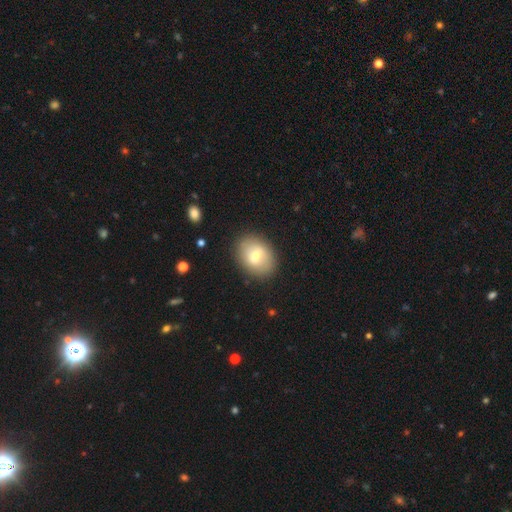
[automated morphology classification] smooth_or_featured: smooth (p=0.66) [alt: featured or disk p=0.26]
how_rounded: in between (p=0.65) [alt: round p=0.34]
merging: none (p=0.85) [alt: minor disturbance p=0.10]